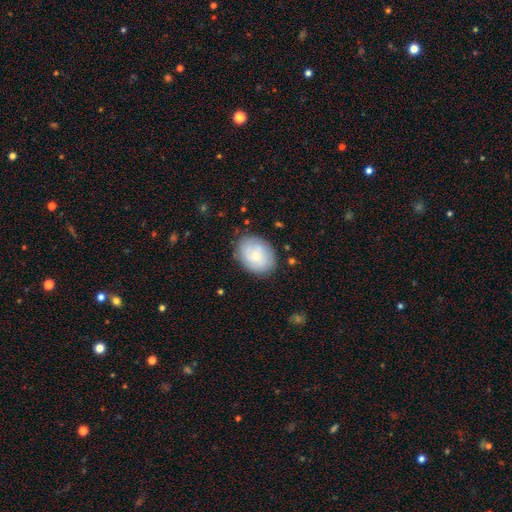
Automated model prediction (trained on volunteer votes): Smooth or featured? Predicted: smooth (p=0.69). How rounded? Predicted: in between (p=0.67). Merging? Predicted: none (p=0.80).